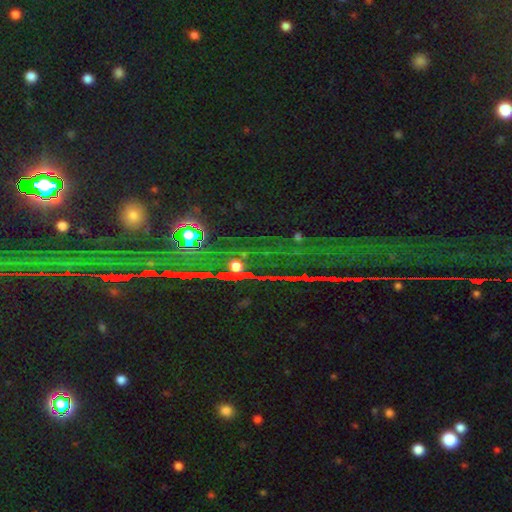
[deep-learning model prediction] Smooth or featured? Predicted: star or artifact (p=0.81).